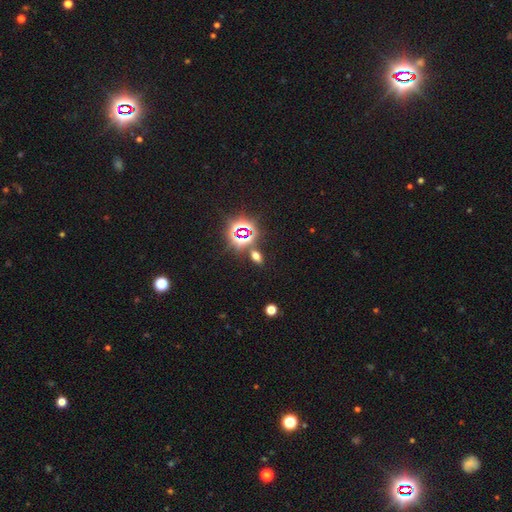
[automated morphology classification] A smooth galaxy with no disk features (49%). Merging: none (82%).